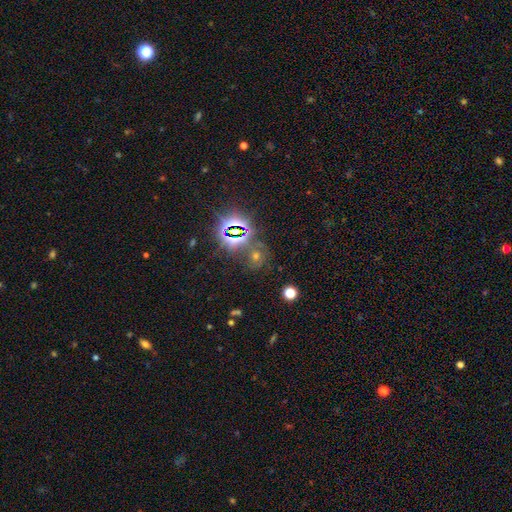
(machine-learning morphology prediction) A star or artifact, not a galaxy (59%).

Vote fractions:
- Smooth or featured? star or artifact: 59% / smooth: 27% / featured or disk: 14%